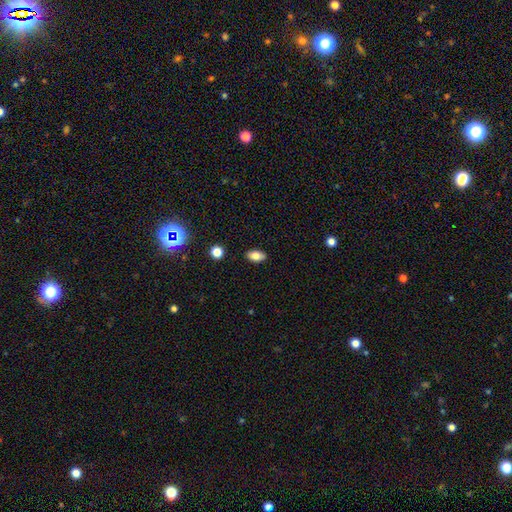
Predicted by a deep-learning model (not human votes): This is likely a smooth galaxy (80%). How rounded: clearly in between (90%). Merging: clearly none (88%).